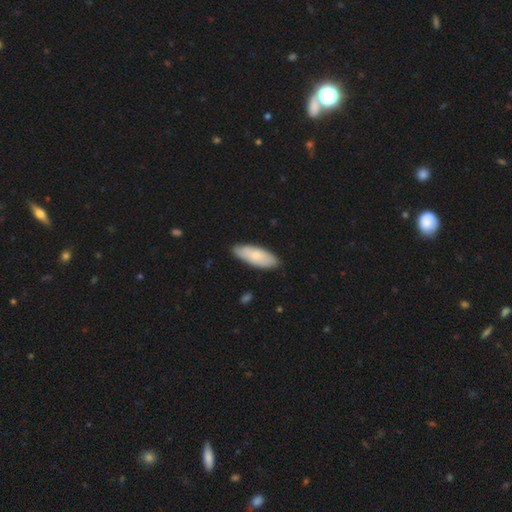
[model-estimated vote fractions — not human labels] Overall: smooth (75%). How rounded: in between (75%). Merging: none (83%).